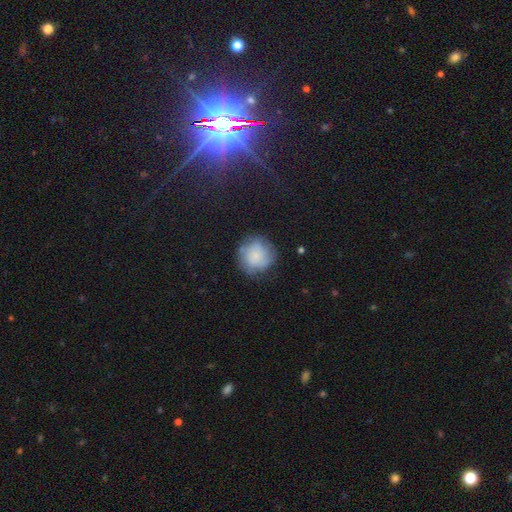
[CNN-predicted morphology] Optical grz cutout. It shows a smooth galaxy with no disk features (58%) that is round (90%). Merging: none (69%).